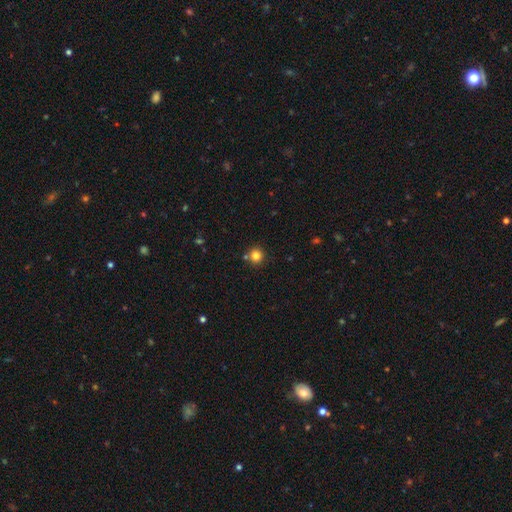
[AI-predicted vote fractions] Overall: smooth (82%). How rounded: round (92%). Merging: none (79%).